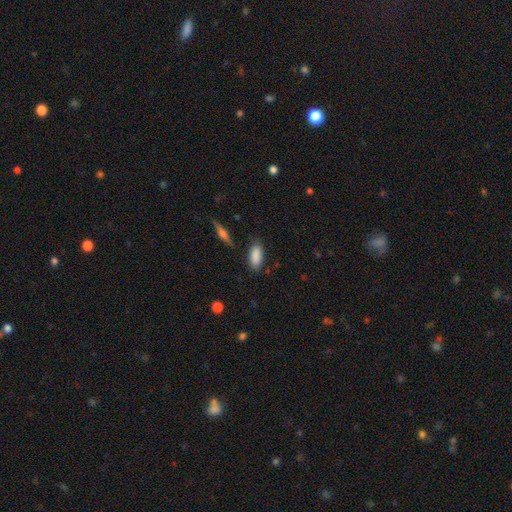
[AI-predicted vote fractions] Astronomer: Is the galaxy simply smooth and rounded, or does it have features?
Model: smooth — 87%.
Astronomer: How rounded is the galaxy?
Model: in between — 84%.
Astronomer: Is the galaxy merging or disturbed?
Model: none — 82%.